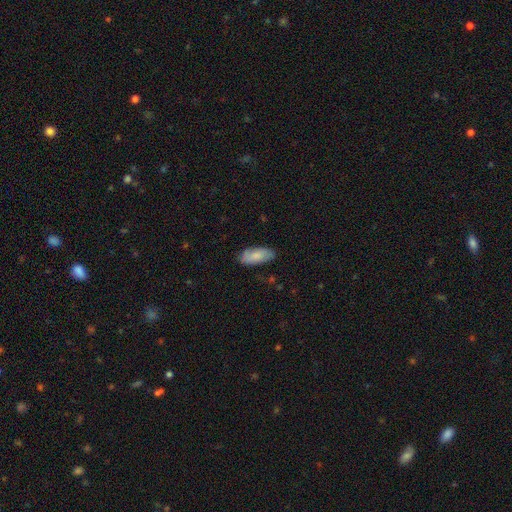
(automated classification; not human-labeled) Overall: smooth (76%). How rounded: in between (87%). Merging: none (76%).